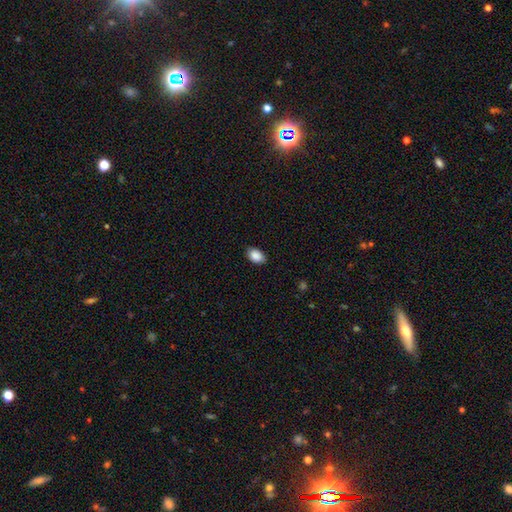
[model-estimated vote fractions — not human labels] A smooth galaxy with no disk features (89%) that is in between round and cigar-shaped (87%). Merging: none (85%).